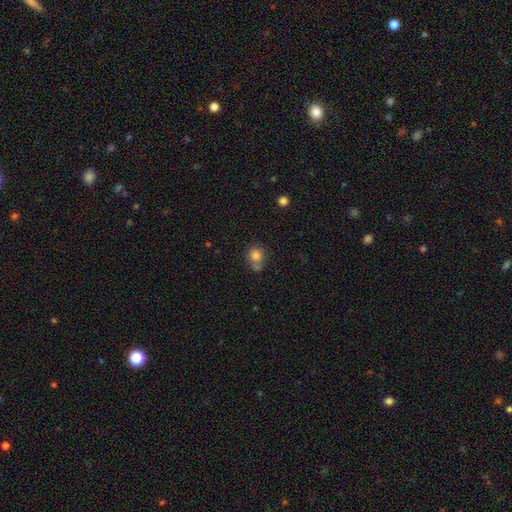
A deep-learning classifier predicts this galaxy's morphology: Smooth or featured: smooth — 81% (star or artifact — 11%)
How rounded: round — 81% (in between — 18%)
Merging: none — 54% (merger — 23%)